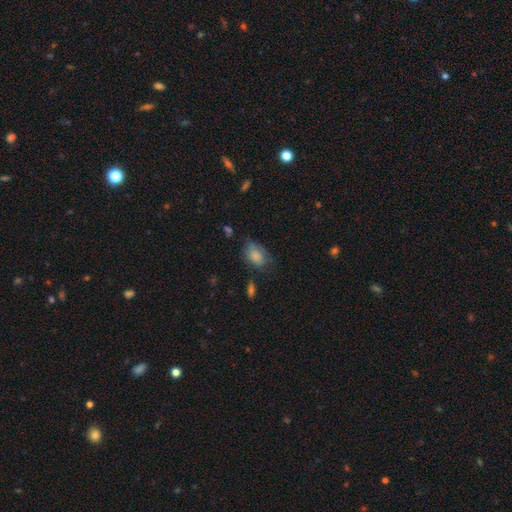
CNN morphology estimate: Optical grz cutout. It shows a smooth galaxy with no disk features (81%) that is in between round and cigar-shaped (85%). Merging: none (55%).